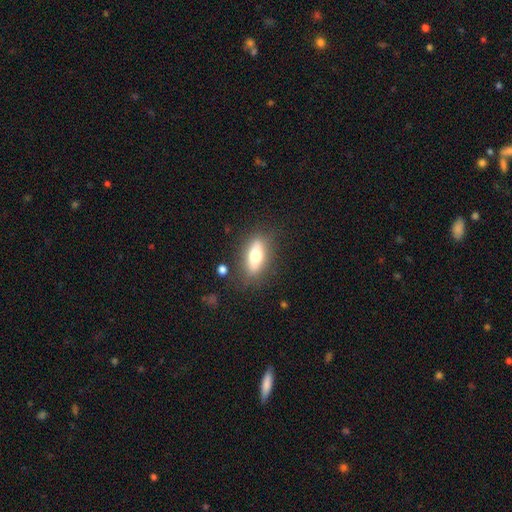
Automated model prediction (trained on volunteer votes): A smooth galaxy with no disk features (61%) that is in between round and cigar-shaped (73%).

Vote fractions:
- Smooth or featured? smooth: 61% / featured or disk: 31% / star or artifact: 8%
- How rounded? in between: 73% / cigar-shaped: 21% / round: 6%
- Merging? none: 81% / minor disturbance: 12% / major disturbance: 4% / merger: 2%